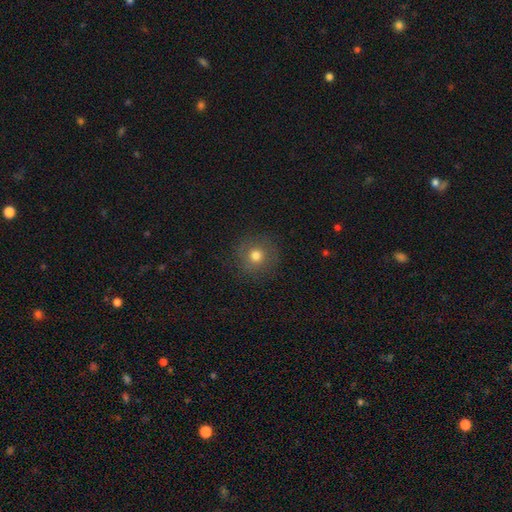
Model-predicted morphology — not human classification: Smooth or featured? Predicted: smooth (p=0.72). How rounded? Predicted: round (p=0.93). Merging? Predicted: none (p=0.85).